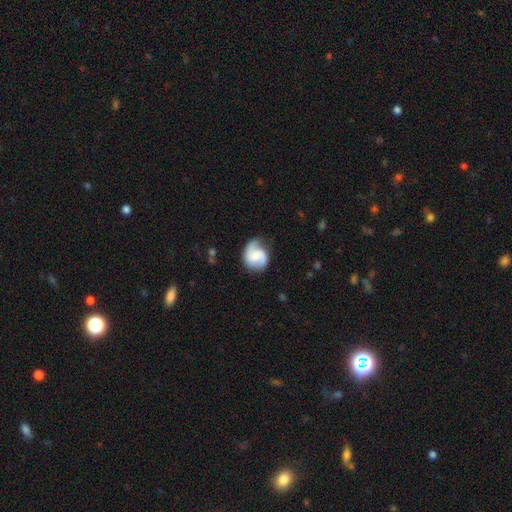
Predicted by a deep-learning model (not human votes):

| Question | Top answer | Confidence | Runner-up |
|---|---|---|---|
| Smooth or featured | featured or disk | 71% | smooth (23%) |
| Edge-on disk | no | 98% | yes (2%) |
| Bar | no | 47% | weak (42%) |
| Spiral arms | yes | 95% | no (5%) |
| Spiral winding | medium | 46% | loose (32%) |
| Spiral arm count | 2 | 82% | 1 (10%) |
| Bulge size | small | 31% | none (29%) |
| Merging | none | 69% | minor disturbance (21%) |